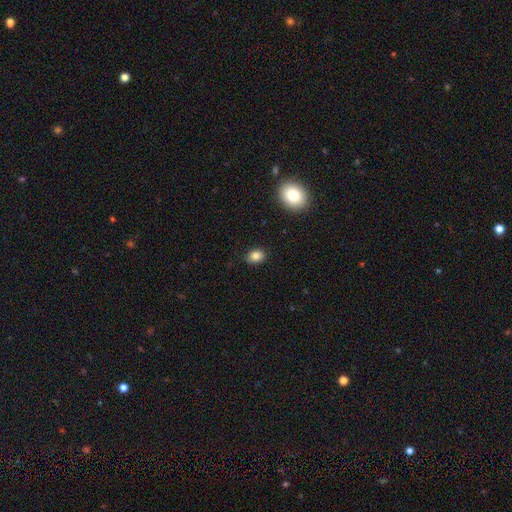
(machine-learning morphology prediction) A smooth galaxy with no disk features (83%) that is in between round and cigar-shaped (65%). Merging: none (85%).